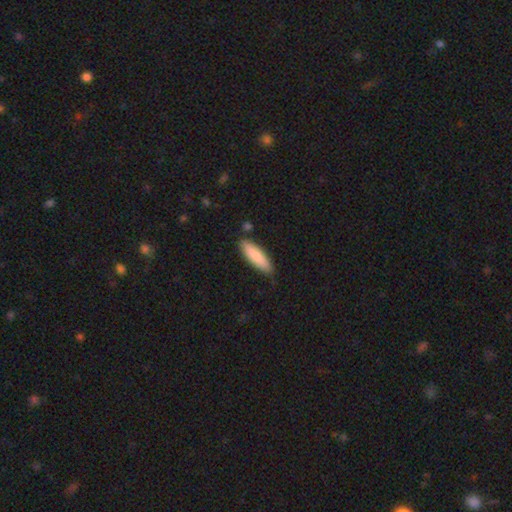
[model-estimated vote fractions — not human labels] Smooth or featured? Predicted: smooth (p=0.85). How rounded? Predicted: cigar-shaped (p=0.58). Merging? Predicted: none (p=0.83).